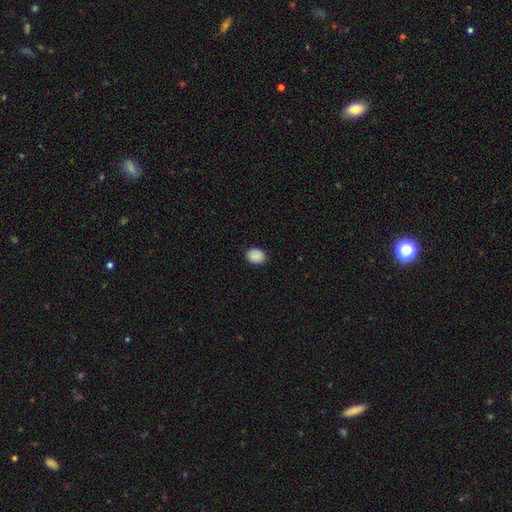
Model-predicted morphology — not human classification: Q: Smooth or featured?
A: smooth (90%); runner-up: star or artifact (8%)
Q: How rounded?
A: in between (66%); runner-up: round (33%)
Q: Merging?
A: none (88%); runner-up: minor disturbance (9%)